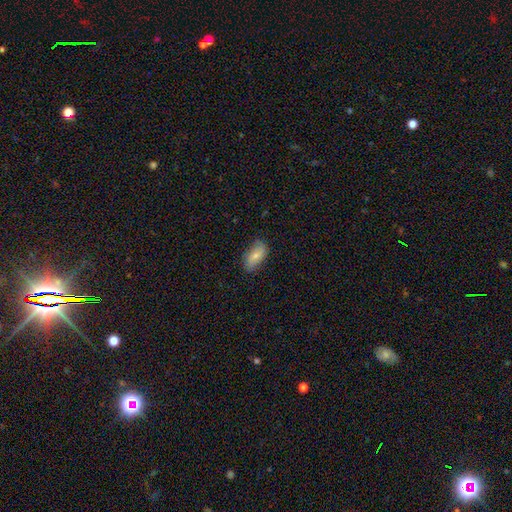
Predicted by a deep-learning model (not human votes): smooth-or-featured: smooth: 69% | featured or disk: 24% | star or artifact: 7%
  how-rounded: in between: 90% | cigar-shaped: 7% | round: 3%
  merging: none: 76% | minor disturbance: 19% | major disturbance: 4% | merger: 1%